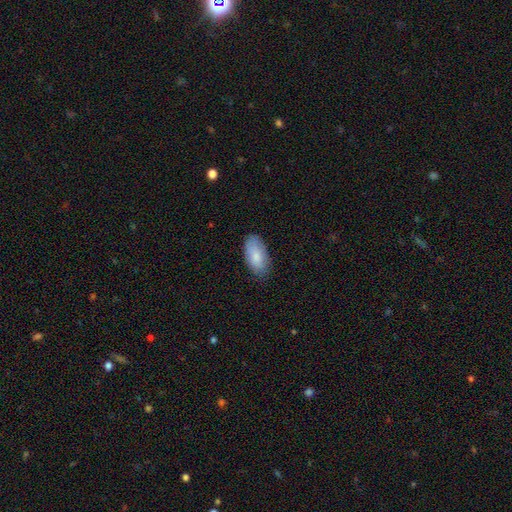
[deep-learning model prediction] The model was most divided on "merging": none: 79%, minor disturbance: 17%, major disturbance: 3%, merger: 1%. More confident: how rounded — in between (94%); smooth or featured — smooth (83%).